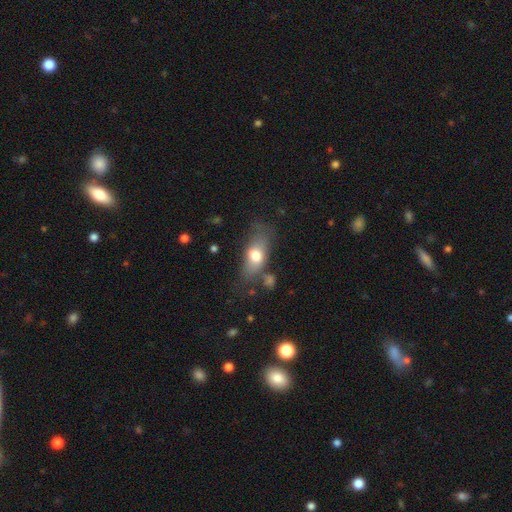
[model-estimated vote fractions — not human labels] Morphology: type=smooth (68%); roundness=in between (79%); merging=none (56%).